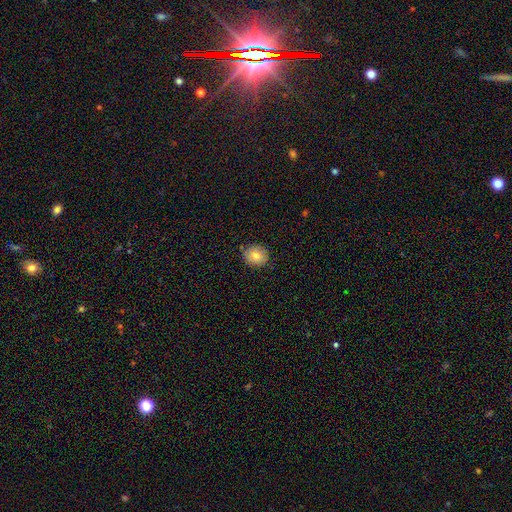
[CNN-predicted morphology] This is likely a smooth galaxy (78%). How rounded: likely round (77%). Merging: clearly none (85%).